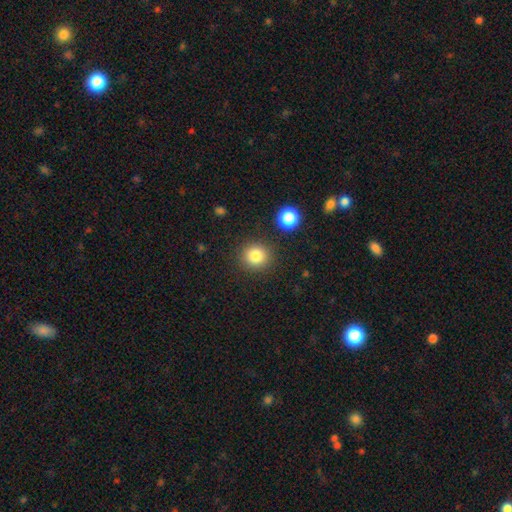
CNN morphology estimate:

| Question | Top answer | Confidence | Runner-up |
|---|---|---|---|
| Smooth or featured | smooth | 83% | star or artifact (11%) |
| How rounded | round | 90% | in between (9%) |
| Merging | none | 86% | minor disturbance (7%) |